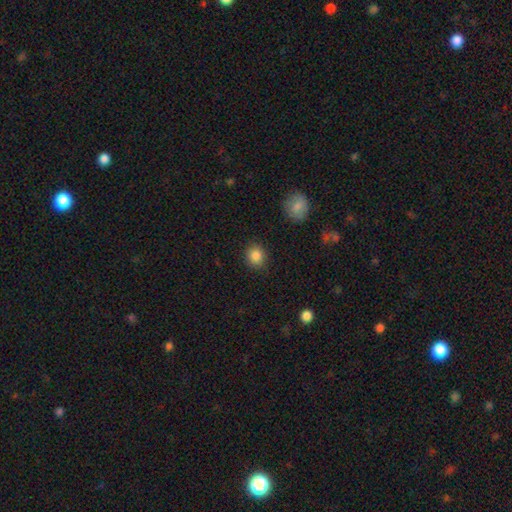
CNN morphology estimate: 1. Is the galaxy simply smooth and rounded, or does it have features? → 86% smooth, 10% star or artifact, 4% featured or disk.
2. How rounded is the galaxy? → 81% round, 18% in between, 1% cigar-shaped.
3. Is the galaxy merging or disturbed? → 87% none, 9% minor disturbance, 3% major disturbance, 1% merger.